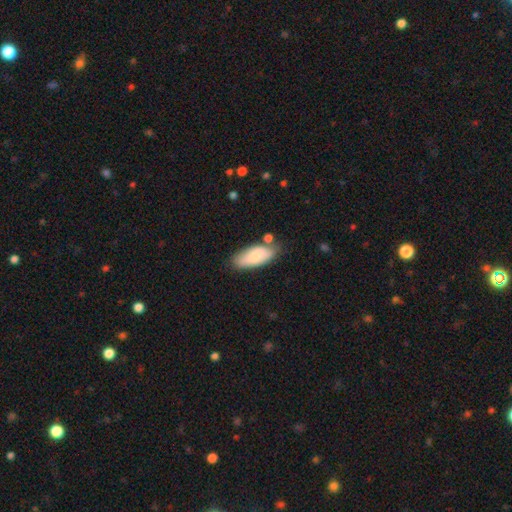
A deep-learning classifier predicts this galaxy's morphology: smooth_or_featured: smooth (p=0.78) [alt: featured or disk p=0.16]
how_rounded: in between (p=0.83) [alt: cigar-shaped p=0.14]
merging: none (p=0.67) [alt: minor disturbance p=0.20]